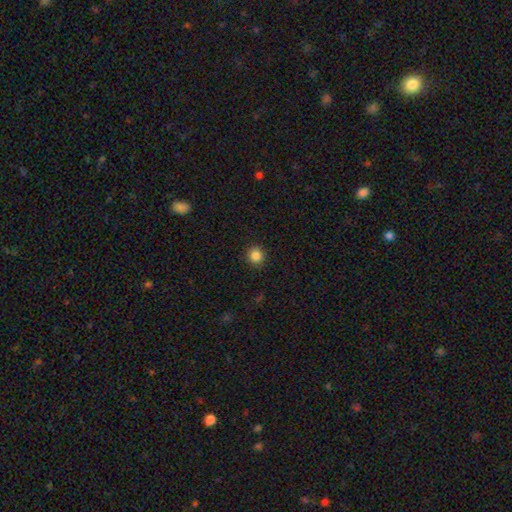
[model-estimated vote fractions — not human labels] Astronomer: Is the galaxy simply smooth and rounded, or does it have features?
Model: smooth — 86%.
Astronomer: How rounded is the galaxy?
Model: round — 91%.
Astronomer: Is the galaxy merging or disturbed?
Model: none — 91%.